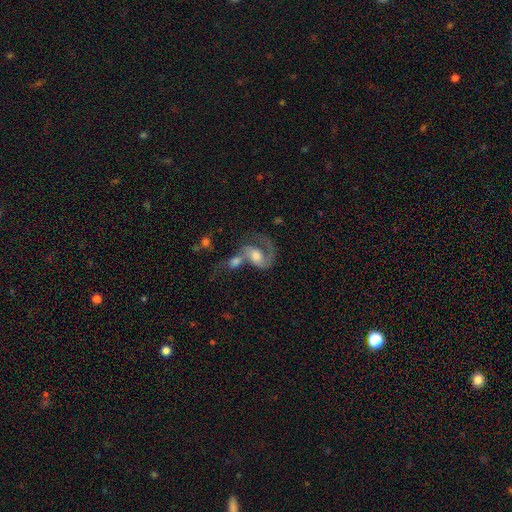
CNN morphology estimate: featured or disk 74%, smooth 19%, star or artifact 7%. Down the decision tree: edge-on disk — no (97%); bar — no (60%); spiral arms — yes (90%); spiral arm count — 1 (61%); spiral winding — medium (42%); bulge size — moderate (47%); merging — merger (60%).